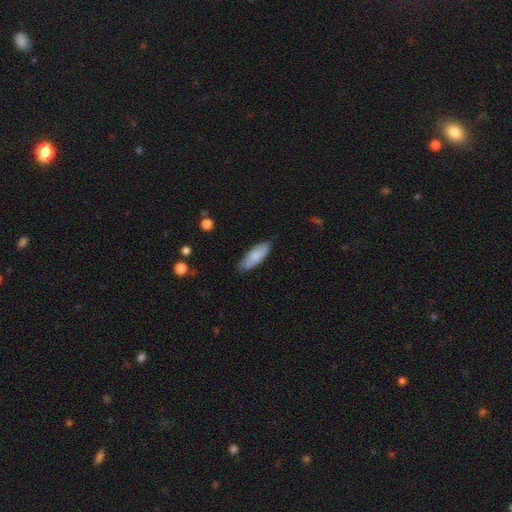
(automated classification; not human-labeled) Overall: smooth (82%). How rounded: in between (57%; cigar-shaped 41%). Merging: none (82%).